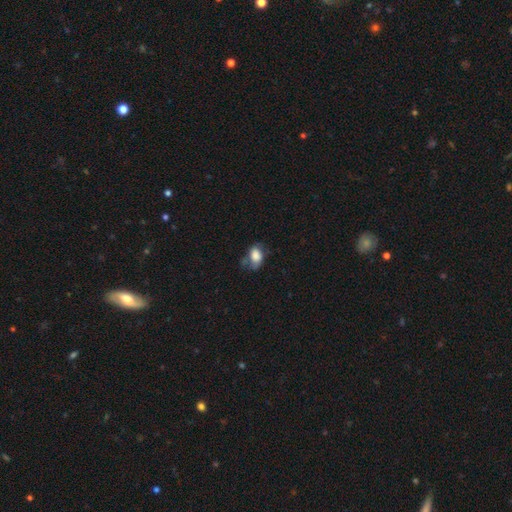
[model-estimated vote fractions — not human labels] Smooth or featured? Predicted: smooth (p=0.75). How rounded? Predicted: in between (p=0.80). Merging? Predicted: none (p=0.40).